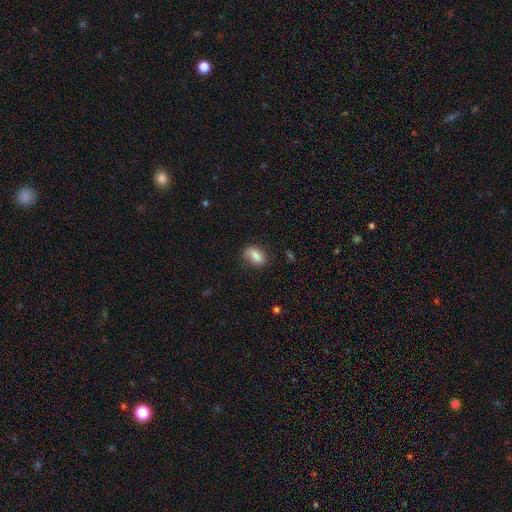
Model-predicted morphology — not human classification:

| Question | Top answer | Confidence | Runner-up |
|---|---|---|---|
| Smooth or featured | smooth | 84% | star or artifact (8%) |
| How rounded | in between | 86% | round (9%) |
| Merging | none | 74% | minor disturbance (20%) |